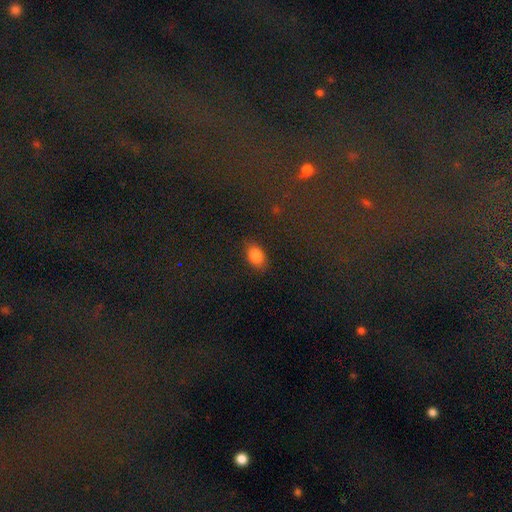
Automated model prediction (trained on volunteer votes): Smooth or featured? Predicted: smooth (p=0.83). How rounded? Predicted: in between (p=0.80). Merging? Predicted: none (p=0.85).